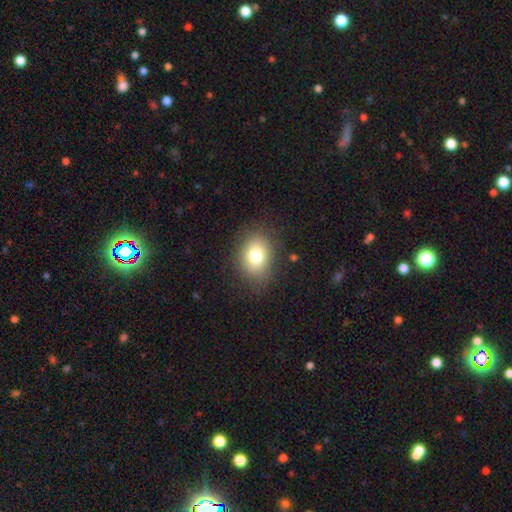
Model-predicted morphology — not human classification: type=smooth (77%); roundness=in between (57%); merging=none (83%).